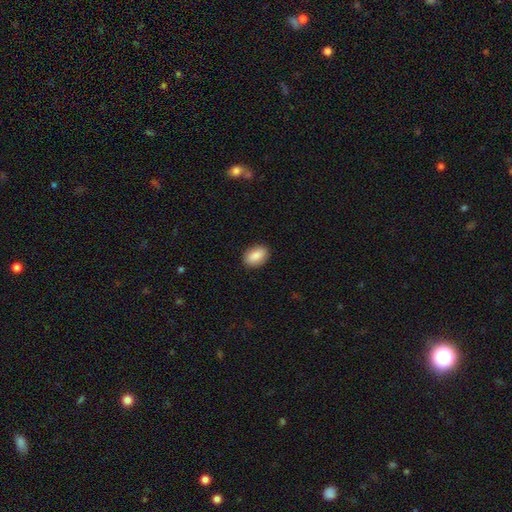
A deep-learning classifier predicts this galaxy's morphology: smooth_or_featured: smooth (p=0.88) [alt: star or artifact p=0.07]
how_rounded: in between (p=0.90) [alt: round p=0.09]
merging: none (p=0.89) [alt: minor disturbance p=0.08]